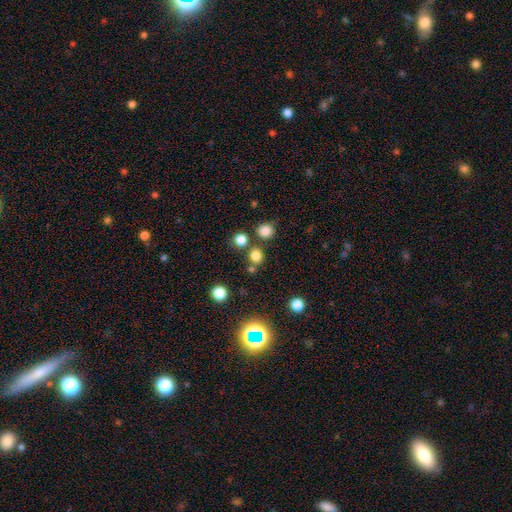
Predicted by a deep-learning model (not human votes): A smooth galaxy with no disk features (77%) that is round (87%). Merging: none (72%).